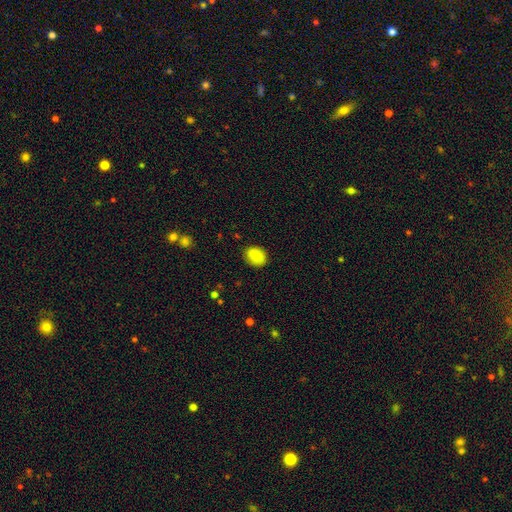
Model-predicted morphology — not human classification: A smooth galaxy with no disk features (88%) that is in between round and cigar-shaped (64%).

Vote fractions:
- Smooth or featured? smooth: 88% / star or artifact: 8% / featured or disk: 4%
- How rounded? in between: 64% / round: 35% / cigar-shaped: 1%
- Merging? none: 84% / minor disturbance: 11% / major disturbance: 3% / merger: 1%